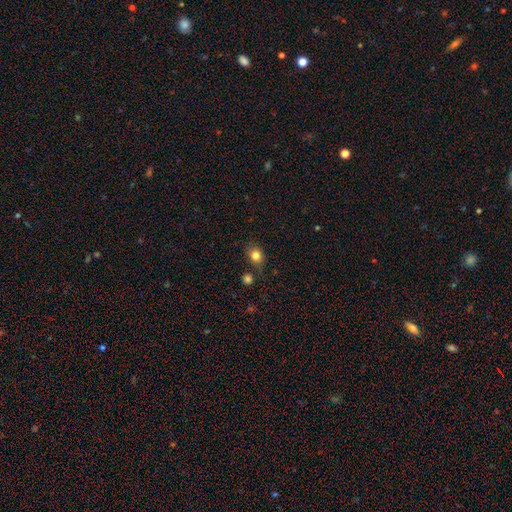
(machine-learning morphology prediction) Q: Smooth or featured?
A: smooth (82%); runner-up: star or artifact (11%)
Q: How rounded?
A: round (59%); runner-up: in between (40%)
Q: Merging?
A: none (69%); runner-up: minor disturbance (18%)